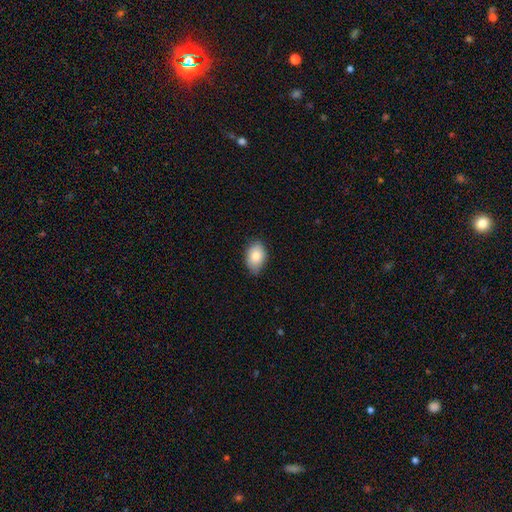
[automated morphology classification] This is clearly a smooth galaxy (82%). How rounded: clearly in between (86%). Merging: likely none (80%).